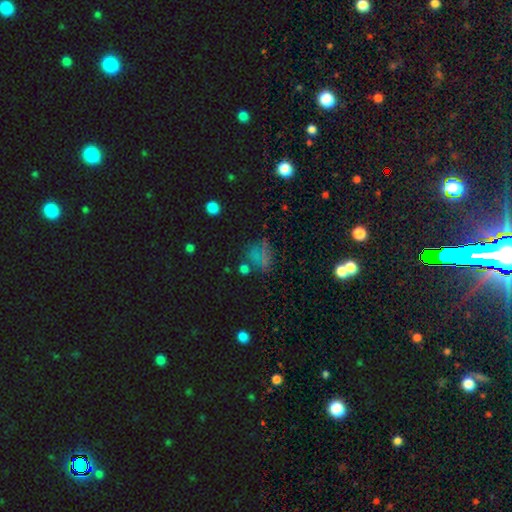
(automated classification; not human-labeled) The model was most divided on "smooth or featured": smooth: 45%, star or artifact: 42%, featured or disk: 13%. More confident: merging — none (63%).